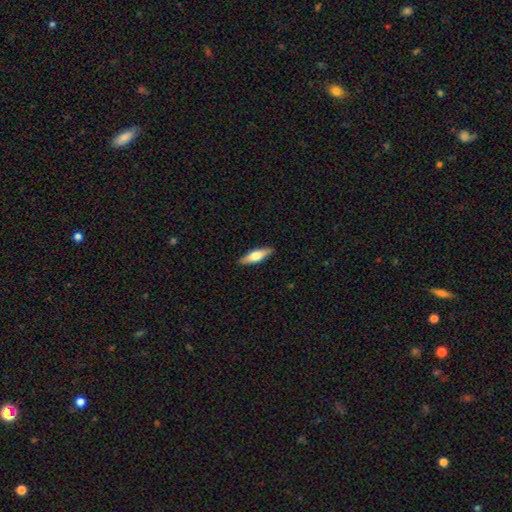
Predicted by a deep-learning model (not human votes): Smooth or featured?
  - smooth: 50% *
  - featured or disk: 44%
  - star or artifact: 6%
How rounded?
  - cigar-shaped: 54% *
  - in between: 44%
  - round: 2%
Merging?
  - none: 89% *
  - minor disturbance: 8%
  - major disturbance: 2%
  - merger: 1%